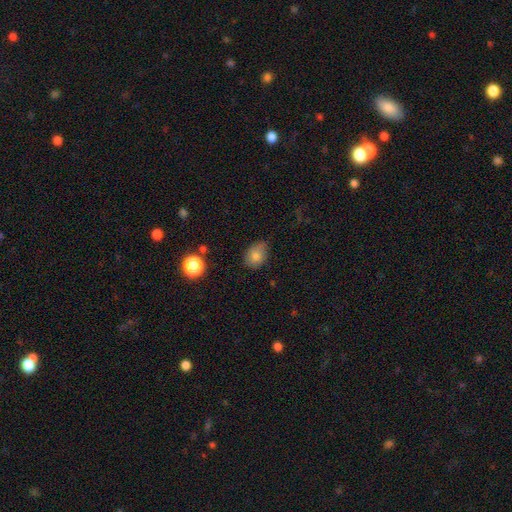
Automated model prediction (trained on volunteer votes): Morphology: type=smooth (79%); roundness=in between (61%); merging=none (60%).